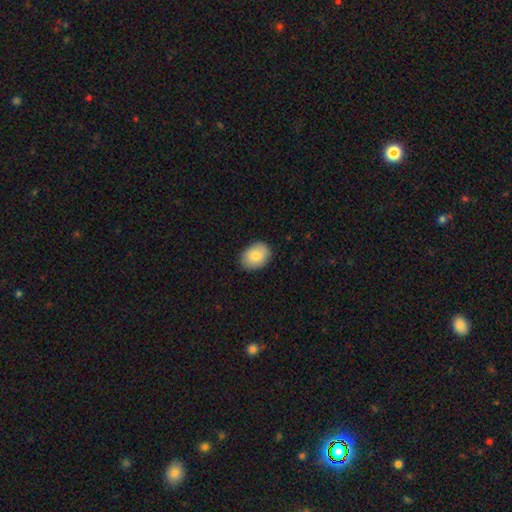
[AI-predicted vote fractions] Q: Smooth or featured?
A: smooth (82%); runner-up: featured or disk (11%)
Q: How rounded?
A: in between (70%); runner-up: round (29%)
Q: Merging?
A: none (86%); runner-up: minor disturbance (11%)